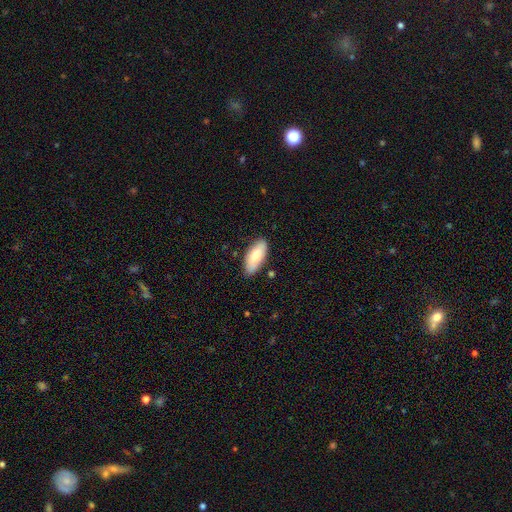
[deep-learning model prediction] Overall: smooth (80%). How rounded: in between (86%). Merging: none (81%).